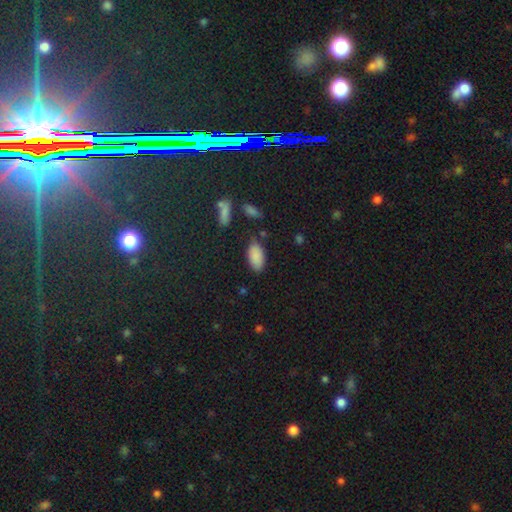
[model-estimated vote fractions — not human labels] smooth_or_featured: smooth (p=0.87) [alt: star or artifact p=0.08]
how_rounded: in between (p=0.94) [alt: cigar-shaped p=0.04]
merging: none (p=0.78) [alt: minor disturbance p=0.15]